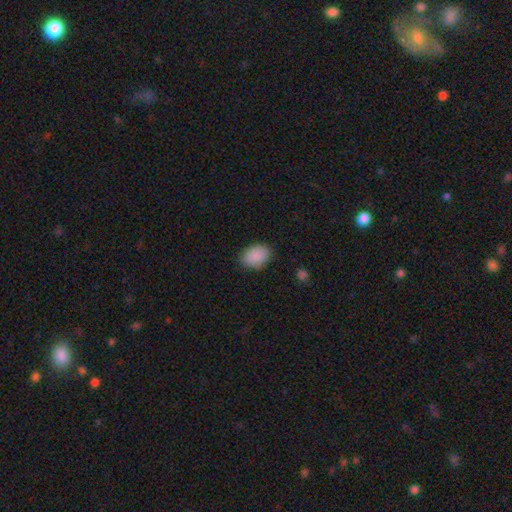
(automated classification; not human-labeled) A smooth galaxy with no disk features (90%) that is in between round and cigar-shaped (83%).

Vote fractions:
- Smooth or featured? smooth: 90% / star or artifact: 7% / featured or disk: 3%
- How rounded? in between: 83% / round: 15% / cigar-shaped: 1%
- Merging? none: 85% / minor disturbance: 12% / major disturbance: 3% / merger: 1%